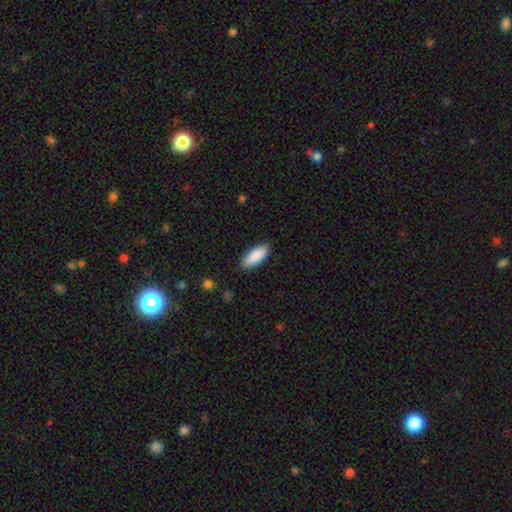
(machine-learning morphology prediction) smooth-or-featured: smooth: 89% | featured or disk: 6% | star or artifact: 6%
  how-rounded: in between: 76% | cigar-shaped: 22% | round: 2%
  merging: none: 86% | minor disturbance: 10% | major disturbance: 2% | merger: 1%